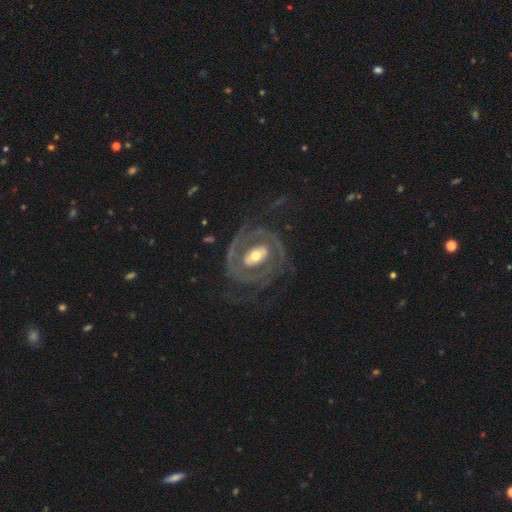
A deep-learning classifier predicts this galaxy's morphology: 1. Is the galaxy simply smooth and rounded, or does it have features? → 85% featured or disk, 10% smooth, 5% star or artifact.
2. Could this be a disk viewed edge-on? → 96% no, 4% yes.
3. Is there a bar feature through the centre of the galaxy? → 44% no, 32% weak, 24% strong.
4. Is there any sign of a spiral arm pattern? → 79% yes, 21% no.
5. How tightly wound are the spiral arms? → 51% tight, 33% medium, 16% loose.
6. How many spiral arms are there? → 48% 2, 21% can't tell, 12% 3, 10% 1, 5% 4, 5% more than 4.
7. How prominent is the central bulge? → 65% moderate, 19% small, 13% large, 2% dominant, 1% none.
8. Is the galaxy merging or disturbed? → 62% none, 20% major disturbance, 16% minor disturbance, 2% merger.